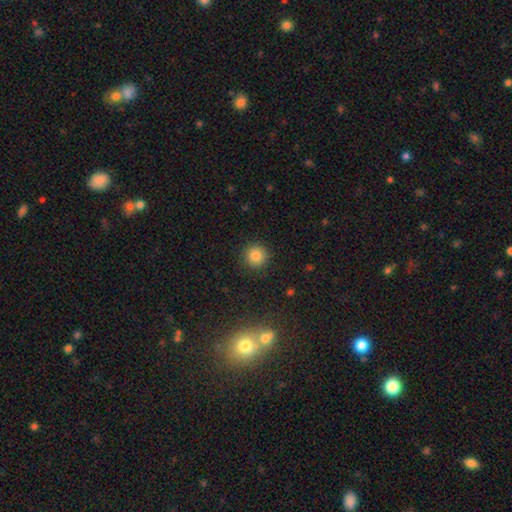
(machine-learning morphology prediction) Smooth or featured: smooth — 82% (star or artifact — 12%)
How rounded: round — 95% (in between — 5%)
Merging: none — 91% (minor disturbance — 6%)